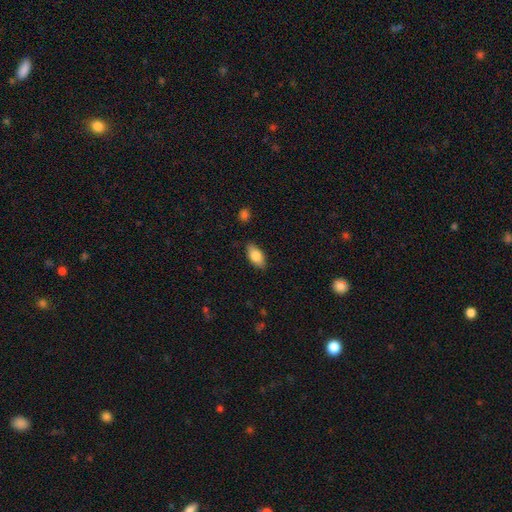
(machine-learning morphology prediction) smooth-or-featured: smooth: 82% | featured or disk: 11% | star or artifact: 7%
  how-rounded: in between: 90% | cigar-shaped: 6% | round: 4%
  merging: none: 84% | minor disturbance: 12% | major disturbance: 3% | merger: 1%